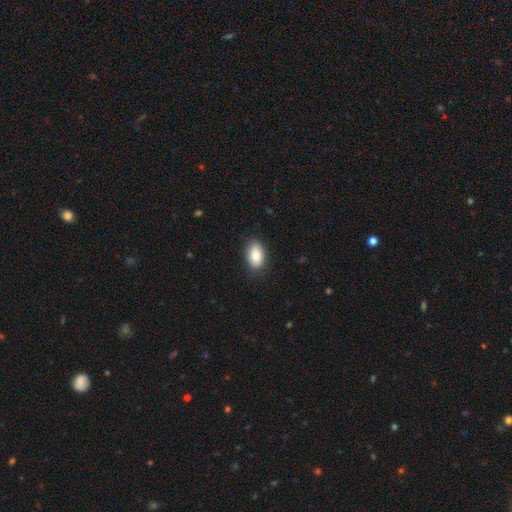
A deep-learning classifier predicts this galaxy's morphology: A smooth galaxy with no disk features (87%) that is in between round and cigar-shaped (92%). Merging: none (85%).